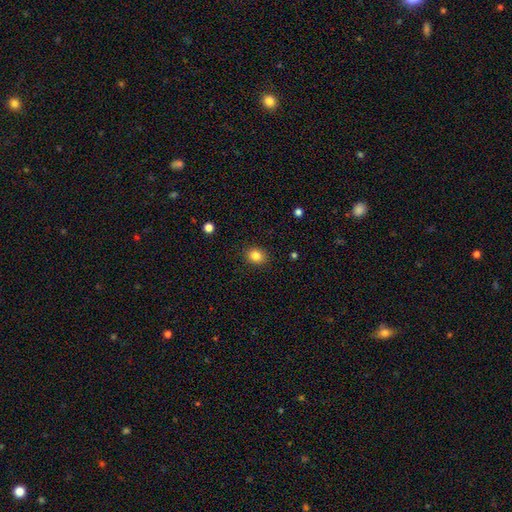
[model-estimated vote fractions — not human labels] Morphology: type=smooth (84%); roundness=round (62%); merging=none (89%).